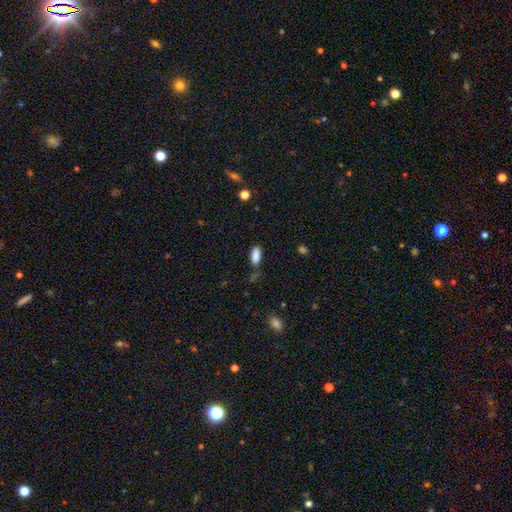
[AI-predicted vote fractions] Q: Smooth or featured?
A: smooth (87%); runner-up: star or artifact (9%)
Q: How rounded?
A: in between (86%); runner-up: cigar-shaped (12%)
Q: Merging?
A: none (67%); runner-up: minor disturbance (22%)